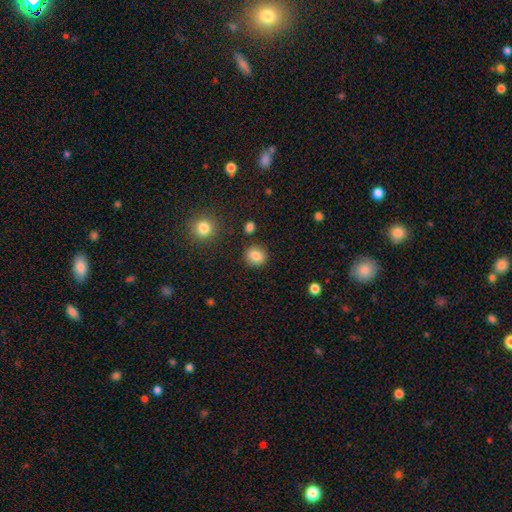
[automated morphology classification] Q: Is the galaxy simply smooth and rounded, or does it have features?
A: smooth — 85%.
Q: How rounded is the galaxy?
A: round — 83%.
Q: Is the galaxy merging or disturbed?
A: none — 87%.